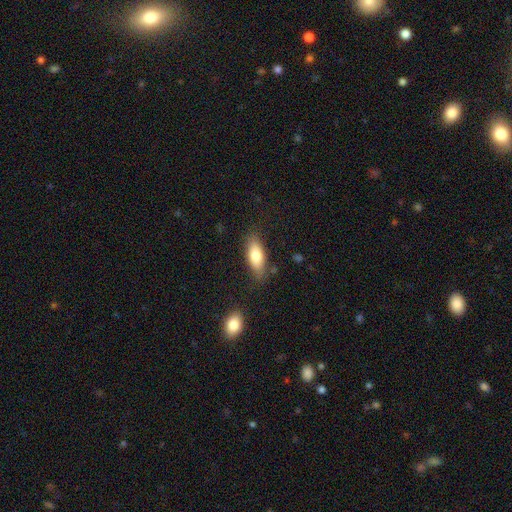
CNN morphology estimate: A smooth galaxy with no disk features (74%) that is in between round and cigar-shaped (75%). Merging: none (77%).